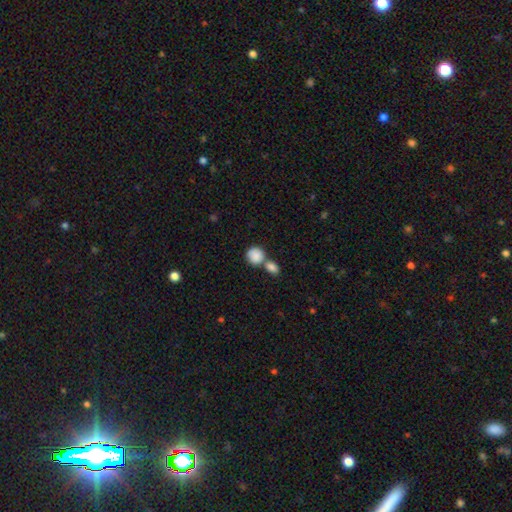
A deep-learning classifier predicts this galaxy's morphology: smooth_or_featured: smooth (p=0.87) [alt: star or artifact p=0.07]
how_rounded: round (p=0.81) [alt: in between p=0.18]
merging: merger (p=0.50) [alt: none p=0.38]